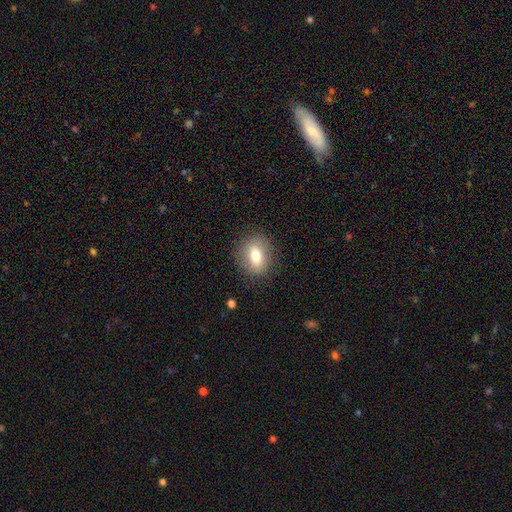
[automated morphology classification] Smooth or featured? smooth (72%)
How rounded? in between (52%)
Merging? none (85%)